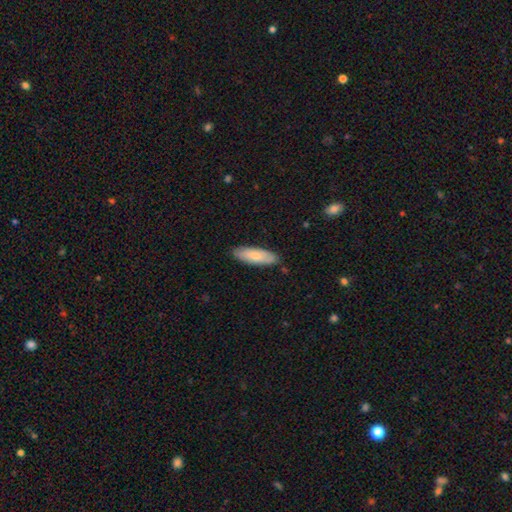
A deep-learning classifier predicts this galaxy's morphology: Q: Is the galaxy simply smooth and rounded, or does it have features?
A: smooth — 72%.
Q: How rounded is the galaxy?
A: in between — 62%.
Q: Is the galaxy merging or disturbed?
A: none — 86%.